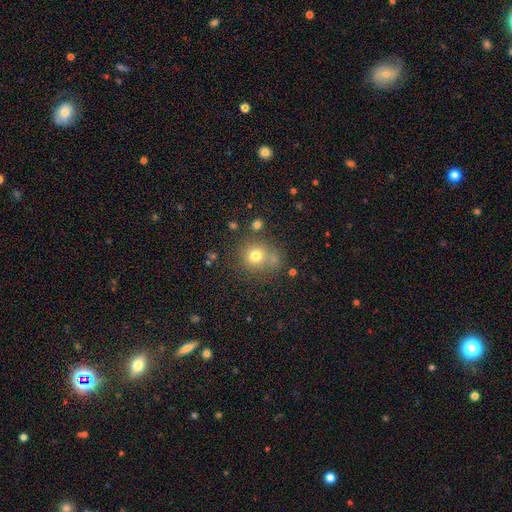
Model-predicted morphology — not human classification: smooth_or_featured: smooth (p=0.74) [alt: star or artifact p=0.16]
how_rounded: round (p=0.84) [alt: in between p=0.15]
merging: none (p=0.66) [alt: minor disturbance p=0.15]